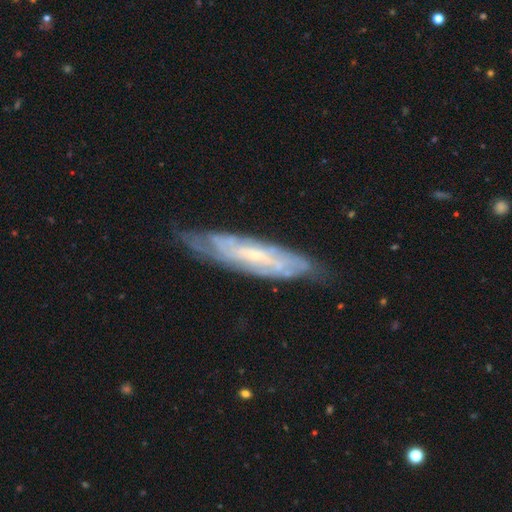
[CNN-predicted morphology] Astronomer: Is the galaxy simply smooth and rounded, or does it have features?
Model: featured or disk — 79%.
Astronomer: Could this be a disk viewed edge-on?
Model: no — 68%.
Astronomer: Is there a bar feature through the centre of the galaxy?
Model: no — 48% (runner-up: weak, 37%).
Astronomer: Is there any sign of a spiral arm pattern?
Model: yes — 90%.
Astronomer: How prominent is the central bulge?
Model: small — 75%.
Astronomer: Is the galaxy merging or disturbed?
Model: none — 74%.